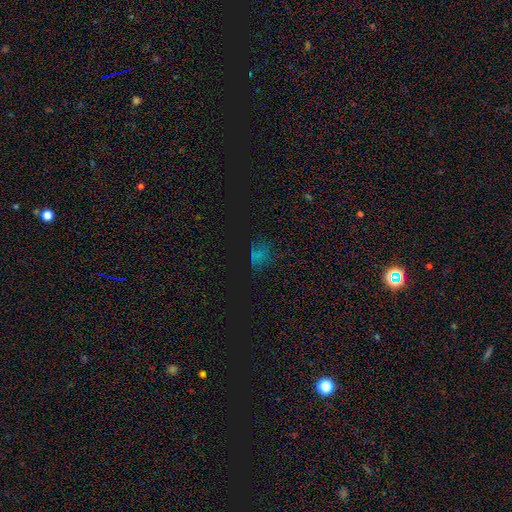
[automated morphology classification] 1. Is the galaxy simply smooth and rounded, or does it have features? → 47% star or artifact, 41% smooth, 12% featured or disk.